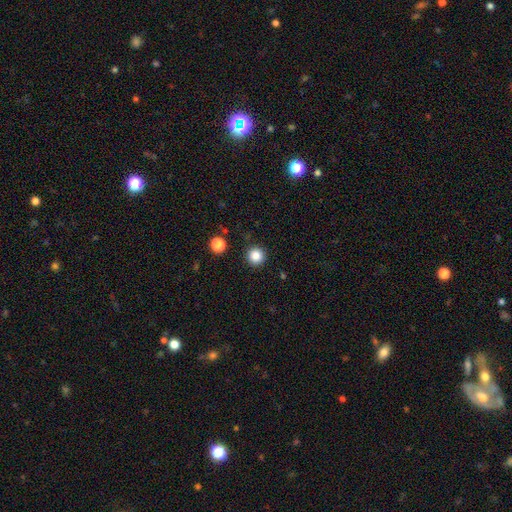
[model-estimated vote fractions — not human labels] smooth 85%, star or artifact 11%, featured or disk 4%. Down the decision tree: how rounded — round (96%); merging — none (92%).